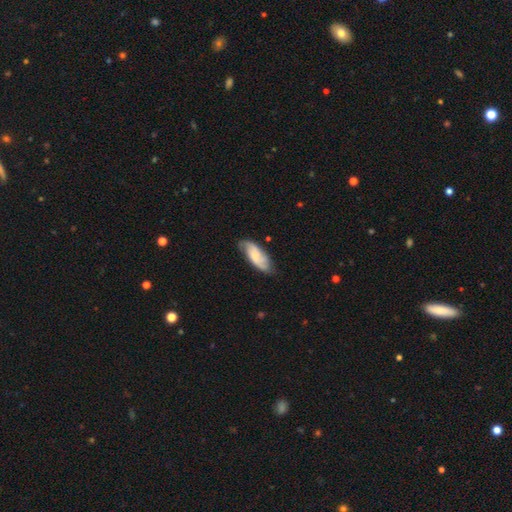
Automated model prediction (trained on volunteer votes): A featured or disk galaxy (58%) with no bar (60%), spiral arms (92%) and a small central bulge (44%). Merging: none (72%).